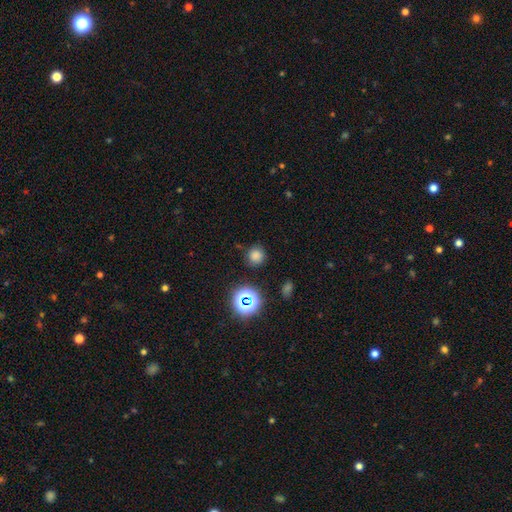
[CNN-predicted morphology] smooth_or_featured: smooth (p=0.74) [alt: star or artifact p=0.20]
how_rounded: round (p=0.91) [alt: in between p=0.08]
merging: none (p=0.83) [alt: minor disturbance p=0.11]